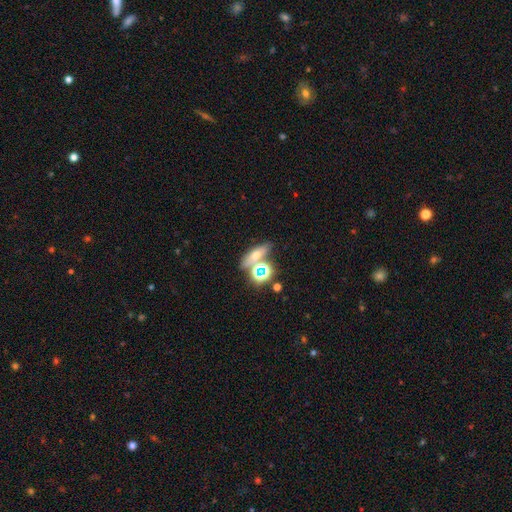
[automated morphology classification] This is marginally a smooth galaxy (43%). Merging: likely none (61%).